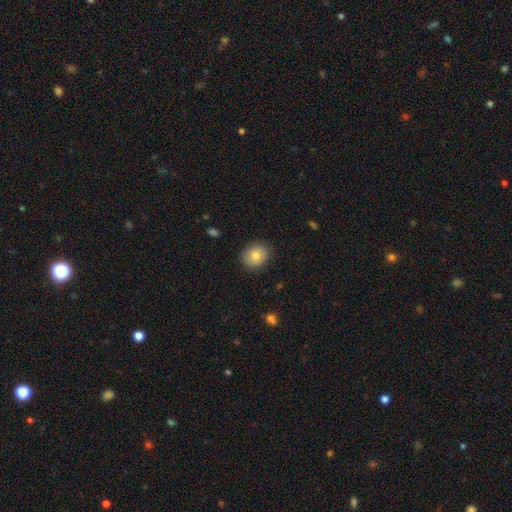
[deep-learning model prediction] This appears to be a smooth galaxy with no disk features (79%) that is round (65%). Merging: none (86%).